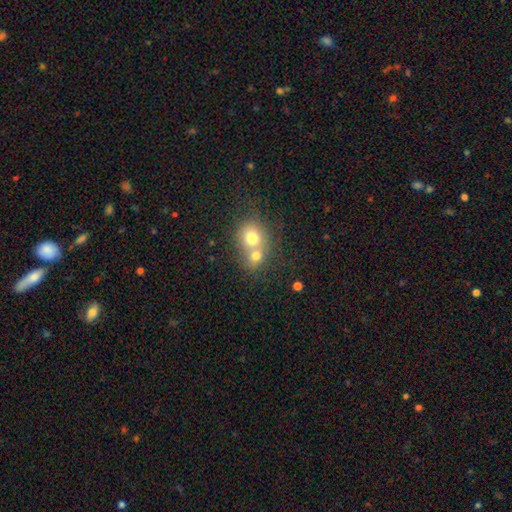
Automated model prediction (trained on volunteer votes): Q: Smooth or featured?
A: smooth (72%); runner-up: featured or disk (16%)
Q: How rounded?
A: round (70%); runner-up: in between (29%)
Q: Merging?
A: merger (66%); runner-up: none (26%)